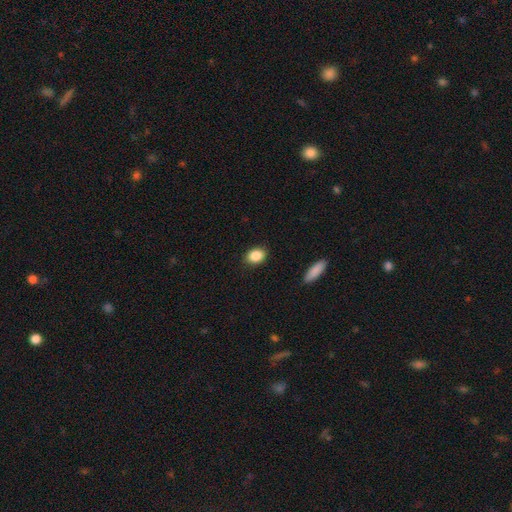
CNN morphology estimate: This is clearly a smooth galaxy (88%). How rounded: likely in between (67%). Merging: clearly none (87%).